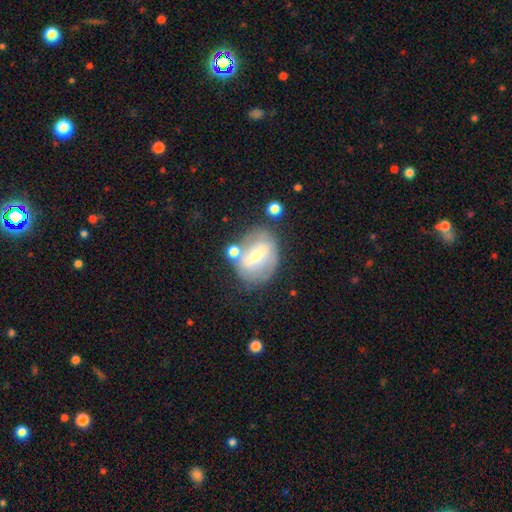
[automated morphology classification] Smooth or featured? Predicted: featured or disk (p=0.64). Edge-on disk? Predicted: no (p=0.94). Bar? Predicted: strong (p=0.44). Spiral arms? Predicted: yes (p=0.52). Bulge size? Predicted: small (p=0.48). Merging? Predicted: none (p=0.59).